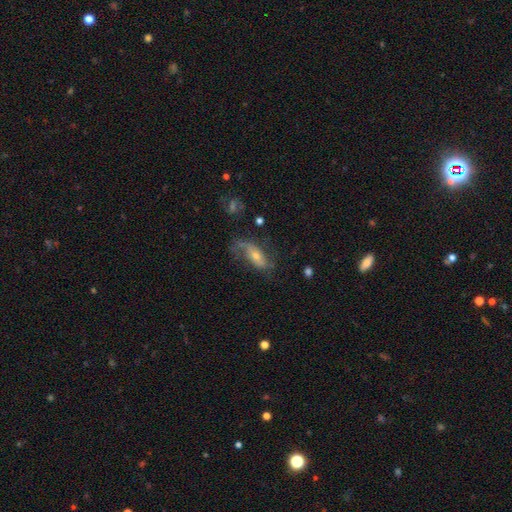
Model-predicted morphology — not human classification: A featured or disk galaxy (66%) with no bar (57%), spiral arms (84%) and a small central bulge (49%).

Vote fractions:
- Smooth or featured? featured or disk: 66% / smooth: 24% / star or artifact: 10%
- Edge-on disk? no: 86% / yes: 14%
- Bar? no: 57% / weak: 28% / strong: 14%
- Spiral arms? yes: 84% / no: 16%
- Bulge size? small: 49% / moderate: 44% / large: 3% / none: 2% / dominant: 1%
- Merging? none: 52% / minor disturbance: 23% / major disturbance: 21% / merger: 3%